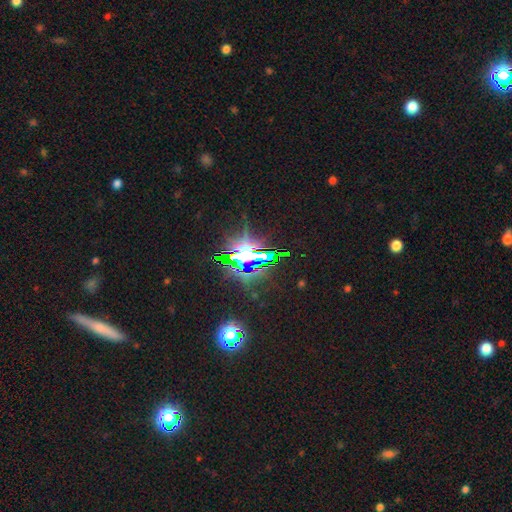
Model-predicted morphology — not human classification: type=star or artifact (79%).